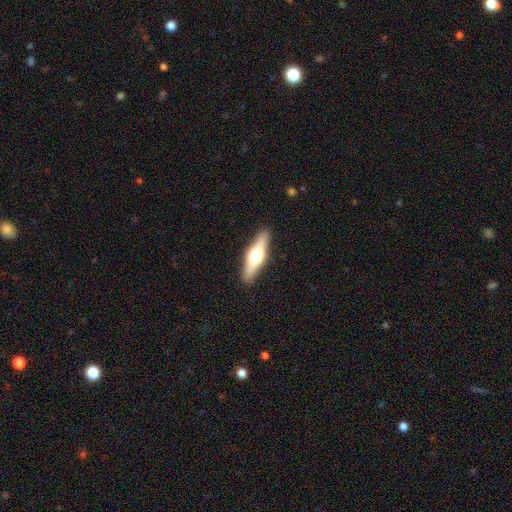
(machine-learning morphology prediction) Smooth or featured? featured or disk (56%)
Edge-on disk? yes (93%)
Edge-on bulge? rounded (95%)
Merging? none (90%)